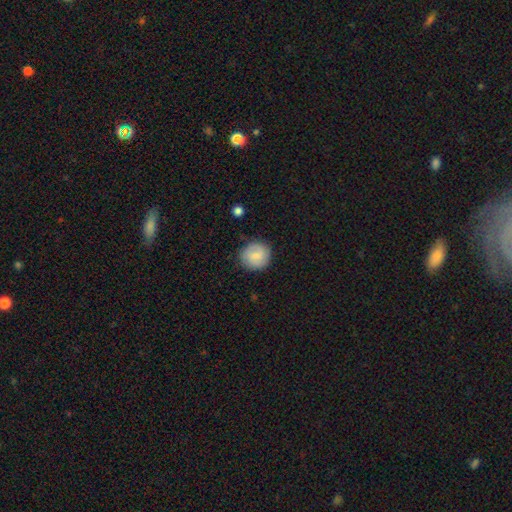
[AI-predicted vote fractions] Smooth or featured?
  - smooth: 70% *
  - featured or disk: 22%
  - star or artifact: 7%
How rounded?
  - round: 87% *
  - in between: 12%
  - cigar-shaped: 1%
Merging?
  - none: 83% *
  - minor disturbance: 13%
  - major disturbance: 3%
  - merger: 1%